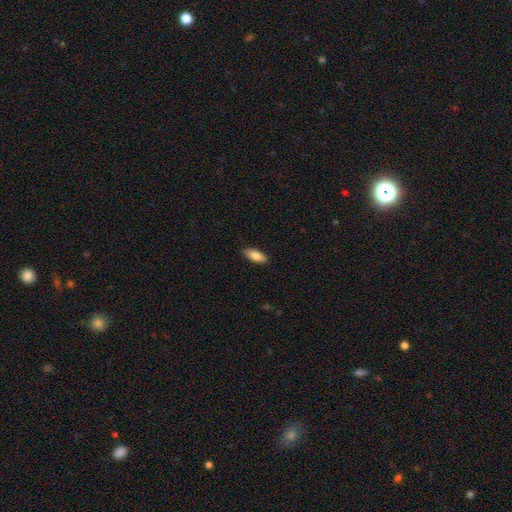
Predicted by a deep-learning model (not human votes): This is clearly a smooth galaxy (85%). How rounded: likely in between (80%). Merging: clearly none (88%).